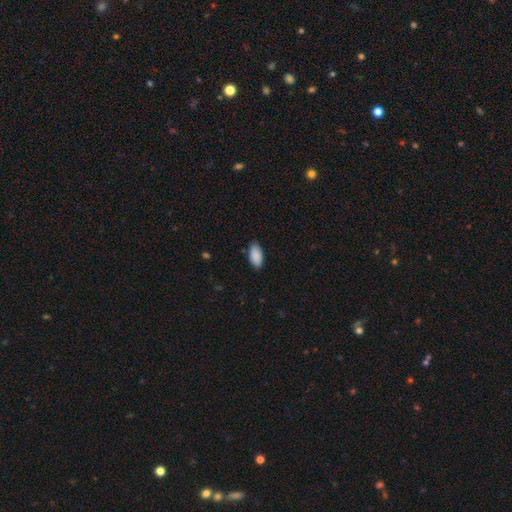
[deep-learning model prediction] This appears to be a smooth galaxy with no disk features (90%) that is in between round and cigar-shaped (94%). Merging: none (83%).